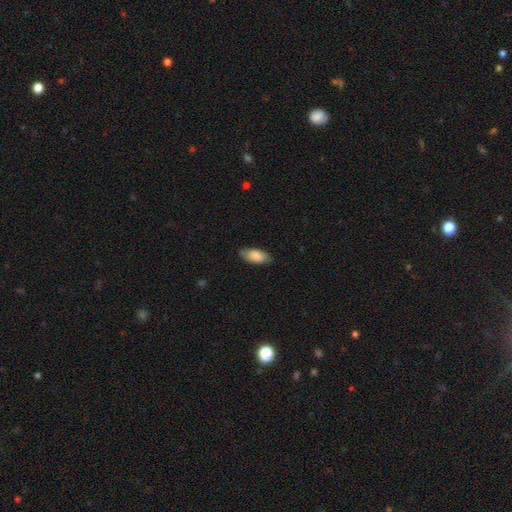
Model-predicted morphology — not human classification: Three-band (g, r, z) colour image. It shows a smooth galaxy with no disk features (86%) that is in between round and cigar-shaped (90%). Merging: none (82%).